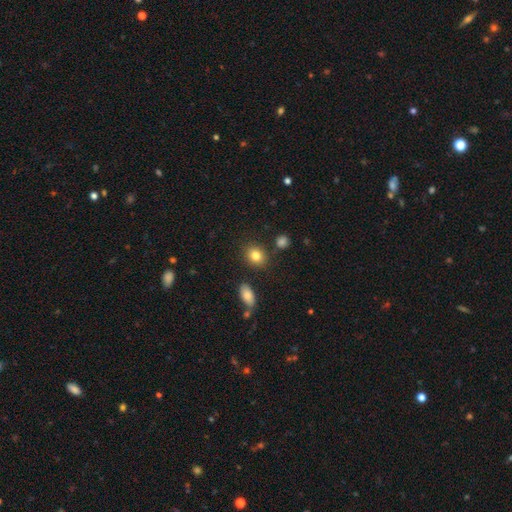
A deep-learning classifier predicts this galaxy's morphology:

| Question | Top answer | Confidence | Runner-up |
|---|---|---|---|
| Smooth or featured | smooth | 83% | star or artifact (10%) |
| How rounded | round | 59% | in between (40%) |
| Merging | none | 83% | minor disturbance (9%) |